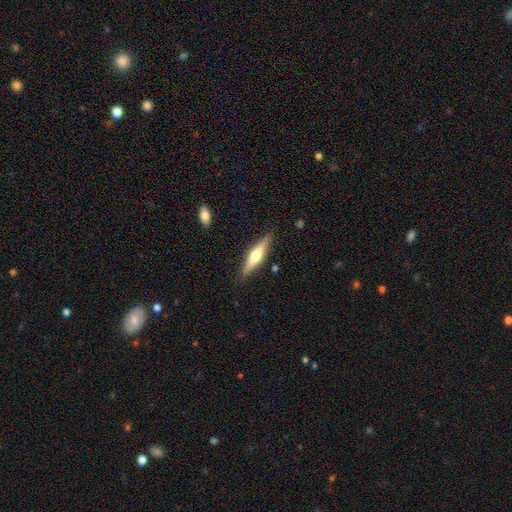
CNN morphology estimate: A featured or disk galaxy (54%) viewed edge-on (95%) with a rounded central bulge (86%).

Vote fractions:
- Smooth or featured? featured or disk: 54% / smooth: 40% / star or artifact: 6%
- Edge-on disk? yes: 95% / no: 5%
- Edge-on bulge? rounded: 86% / boxy: 7% / none: 6%
- Merging? none: 86% / minor disturbance: 10% / major disturbance: 2% / merger: 2%